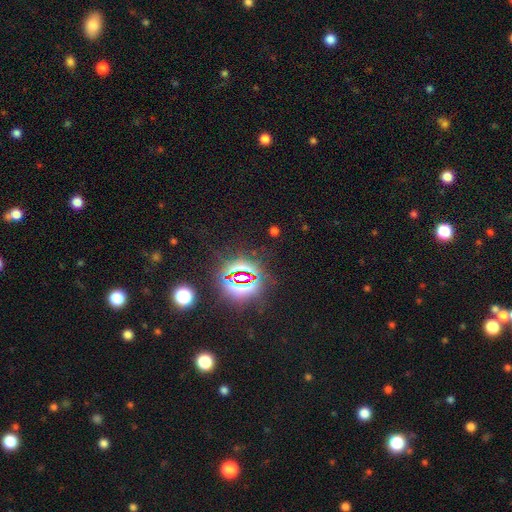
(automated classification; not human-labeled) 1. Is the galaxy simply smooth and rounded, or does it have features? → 79% star or artifact, 14% smooth, 6% featured or disk.